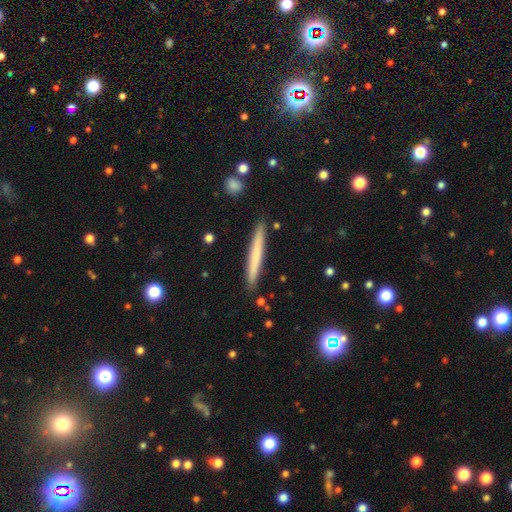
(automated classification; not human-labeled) Morphology: type=smooth (66%); roundness=cigar-shaped (97%); merging=none (91%).